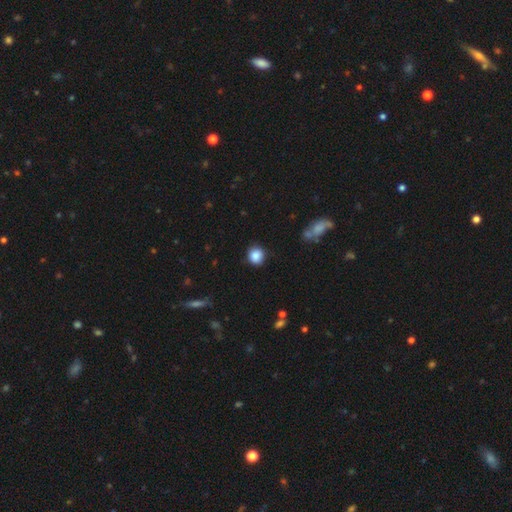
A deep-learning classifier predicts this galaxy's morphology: This appears to be a smooth galaxy with no disk features (87%) that is round (85%). Merging: none (86%).